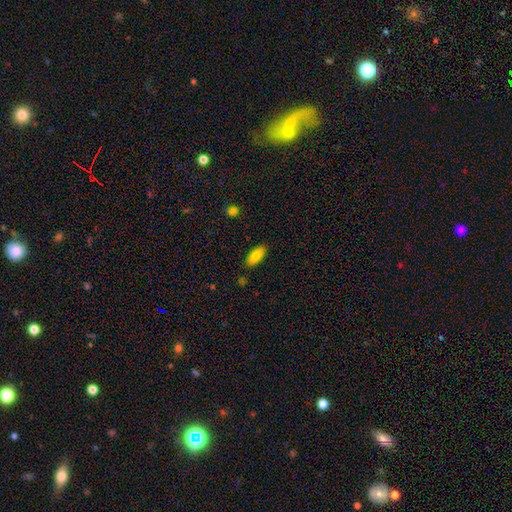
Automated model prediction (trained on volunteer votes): The model was most divided on "how rounded": in between: 87%, cigar-shaped: 11%, round: 2%. More confident: merging — none (86%); smooth or featured — smooth (86%).